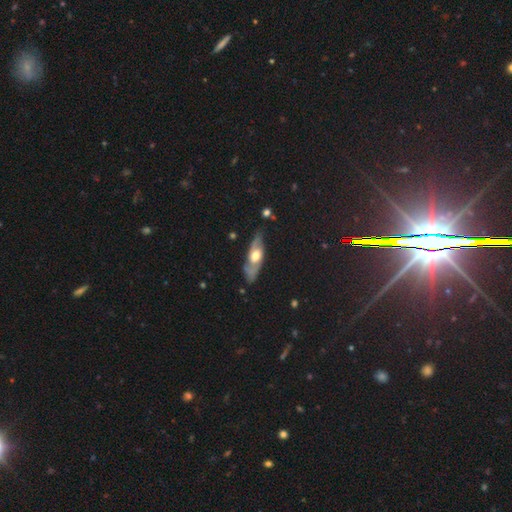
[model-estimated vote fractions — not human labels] smooth_or_featured: featured or disk (p=0.63) [alt: smooth p=0.31]
disk_edge_on: no (p=0.62) [alt: yes p=0.38]
merging: none (p=0.67) [alt: minor disturbance p=0.23]